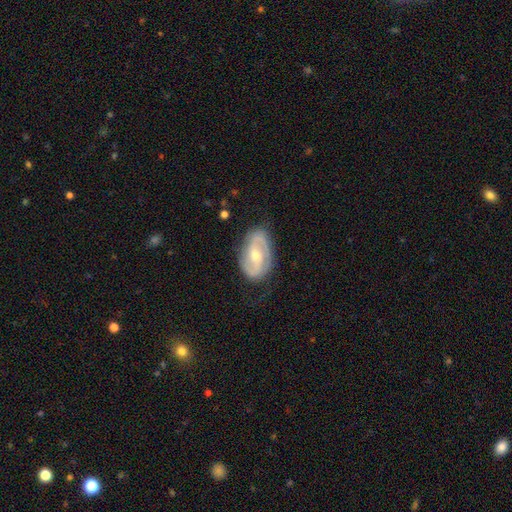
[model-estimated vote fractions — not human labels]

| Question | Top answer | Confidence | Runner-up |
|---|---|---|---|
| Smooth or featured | featured or disk | 81% | smooth (14%) |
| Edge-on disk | no | 96% | yes (4%) |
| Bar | weak | 43% | no (36%) |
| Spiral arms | yes | 92% | no (8%) |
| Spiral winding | medium | 44% | tight (34%) |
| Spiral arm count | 2 | 85% | can't tell (8%) |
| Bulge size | moderate | 58% | small (39%) |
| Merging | none | 76% | minor disturbance (18%) |